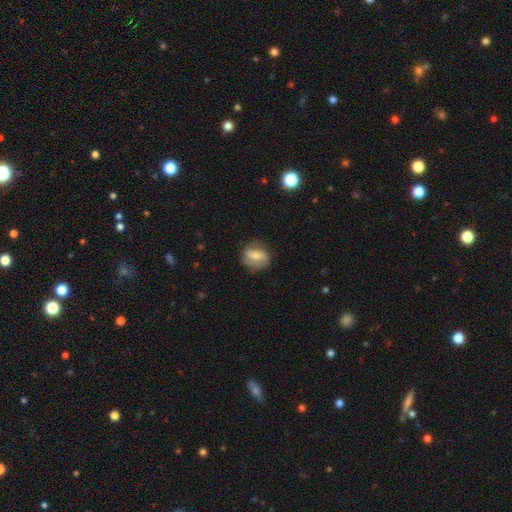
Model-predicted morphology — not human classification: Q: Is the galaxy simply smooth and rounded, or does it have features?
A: smooth — 53%.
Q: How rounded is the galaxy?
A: round — 49%, tied with in between.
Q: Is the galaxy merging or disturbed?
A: none — 71%.